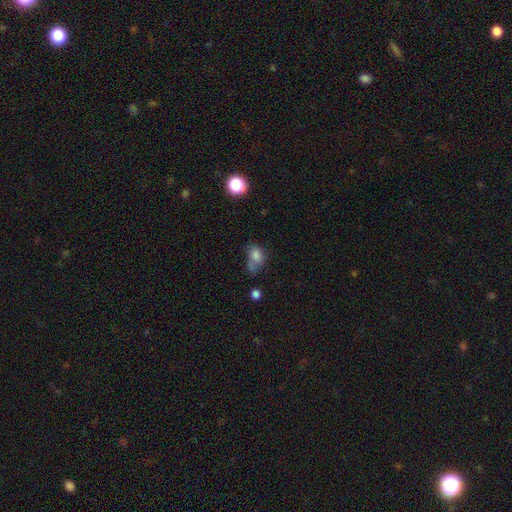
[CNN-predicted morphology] type=smooth (72%); roundness=in between (75%); merging=none (30%).